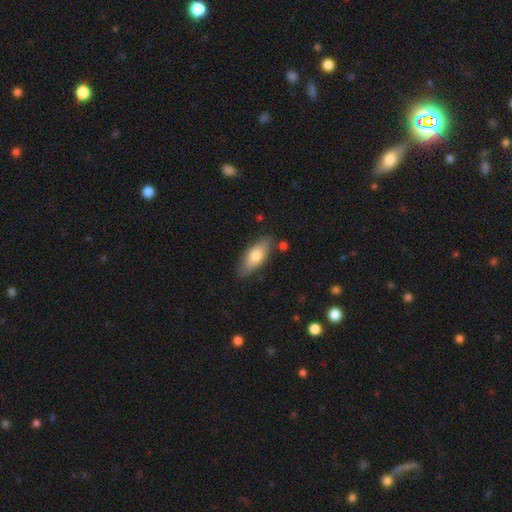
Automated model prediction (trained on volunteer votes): smooth-or-featured: smooth: 72% | featured or disk: 22% | star or artifact: 6%
  how-rounded: in between: 78% | cigar-shaped: 20% | round: 2%
  merging: none: 80% | minor disturbance: 14% | merger: 3% | major disturbance: 3%